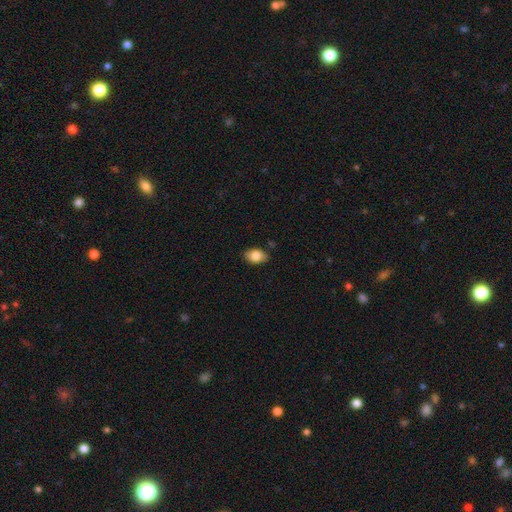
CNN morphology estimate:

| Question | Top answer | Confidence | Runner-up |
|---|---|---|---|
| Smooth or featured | smooth | 83% | featured or disk (10%) |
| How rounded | in between | 87% | round (12%) |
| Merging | none | 85% | minor disturbance (12%) |